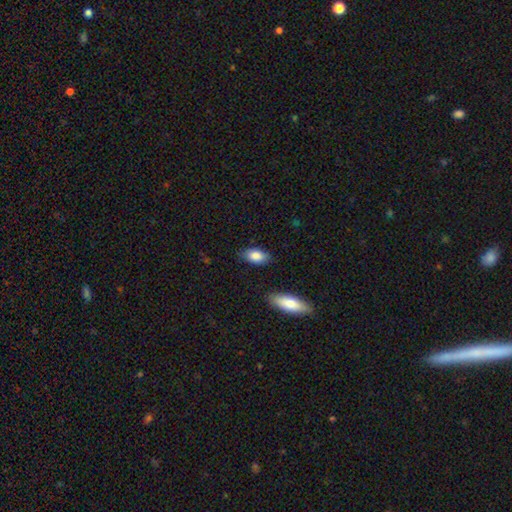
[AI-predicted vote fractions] smooth 85%, featured or disk 8%, star or artifact 6%. Down the decision tree: how rounded — in between (90%); merging — none (82%).